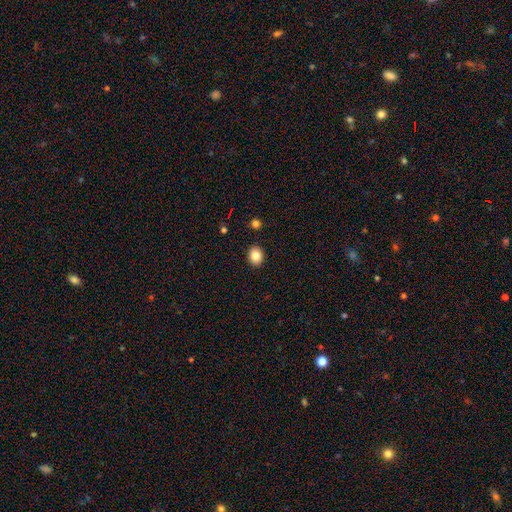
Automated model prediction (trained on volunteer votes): This is clearly a smooth galaxy (84%). How rounded: possibly round (52%). Merging: clearly none (90%).